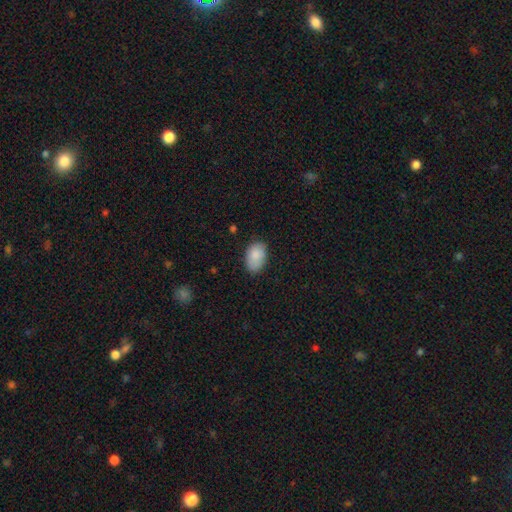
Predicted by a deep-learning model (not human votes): Smooth or featured: smooth — 87% (star or artifact — 7%)
How rounded: in between — 90% (round — 8%)
Merging: none — 76% (minor disturbance — 19%)